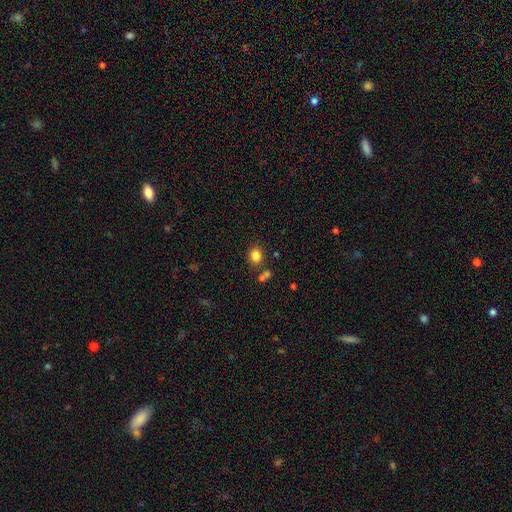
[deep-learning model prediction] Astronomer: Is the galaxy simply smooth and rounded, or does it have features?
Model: smooth — 83%.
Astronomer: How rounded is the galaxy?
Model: round — 60% (runner-up: in between, 39%).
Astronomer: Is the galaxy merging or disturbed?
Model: none — 76%.